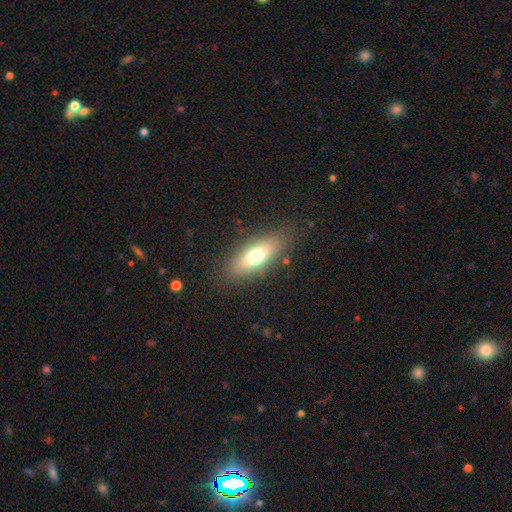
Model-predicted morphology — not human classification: Smooth or featured? smooth (66%)
How rounded? in between (69%)
Merging? none (83%)